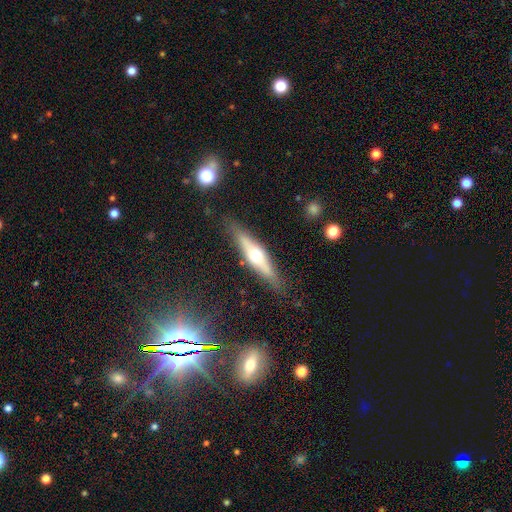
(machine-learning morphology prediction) Smooth or featured: featured or disk — 56% (smooth — 38%)
Edge-on disk: yes — 87% (no — 13%)
Merging: none — 84% (minor disturbance — 11%)